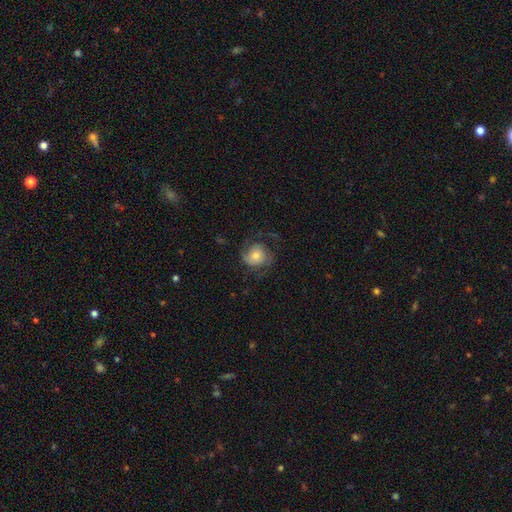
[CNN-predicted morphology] smooth_or_featured: featured or disk (p=0.62) [alt: smooth p=0.30]
disk_edge_on: no (p=0.97) [alt: yes p=0.03]
bar: no (p=0.76) [alt: weak p=0.19]
has_spiral_arms: yes (p=0.90) [alt: no p=0.10]
spiral_winding: medium (p=0.43) [alt: tight p=0.32]
spiral_arm_count: 2 (p=0.64) [alt: can't tell p=0.14]
bulge_size: moderate (p=0.49) [alt: small p=0.34]
merging: none (p=0.65) [alt: minor disturbance p=0.18]